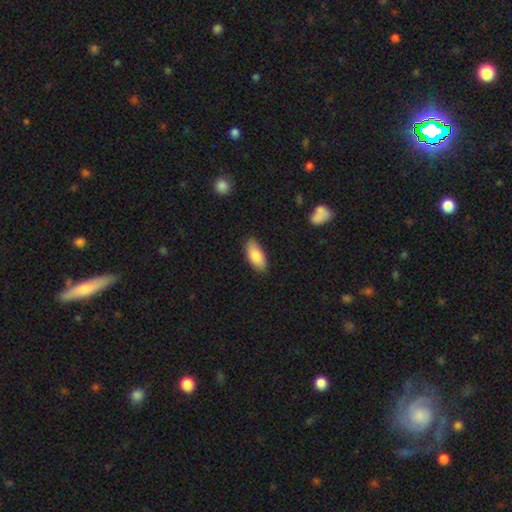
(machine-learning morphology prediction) Q: Smooth or featured?
A: smooth (86%); runner-up: featured or disk (8%)
Q: How rounded?
A: in between (85%); runner-up: cigar-shaped (13%)
Q: Merging?
A: none (82%); runner-up: minor disturbance (14%)